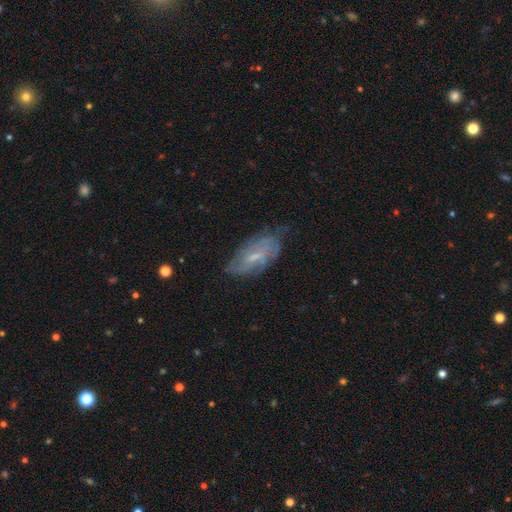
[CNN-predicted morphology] This is likely a featured or disk galaxy (64%). It is clearly not viewed edge-on (91%). Bar: possibly weak (48%). Spiral arm pattern: likely yes (77%). Central bulge: possibly small (55%). Merging: possibly none (59%).